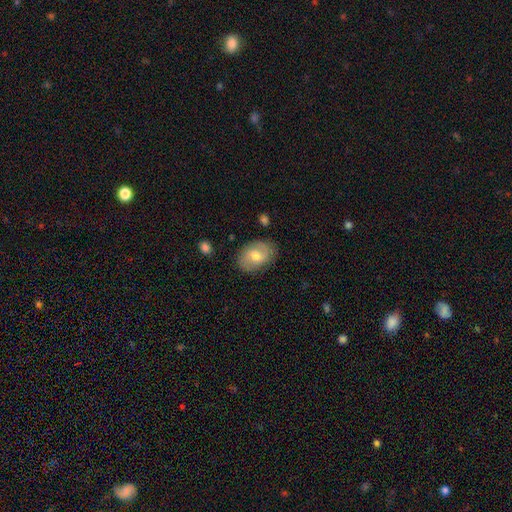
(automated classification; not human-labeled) smooth 51%, featured or disk 42%, star or artifact 7%. Down the decision tree: how rounded — in between (77%); merging — none (81%).